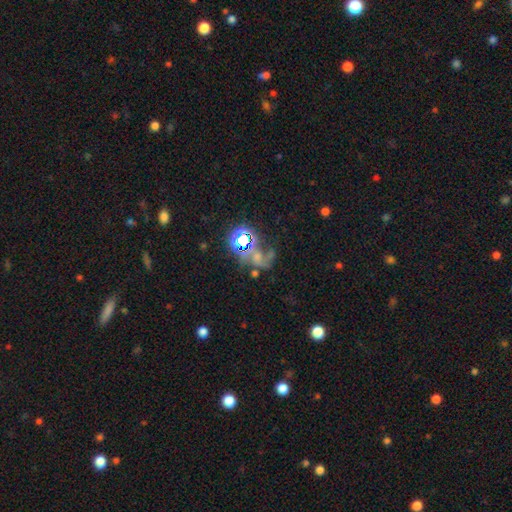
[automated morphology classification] This appears to be a star or artifact, not a galaxy (49%).